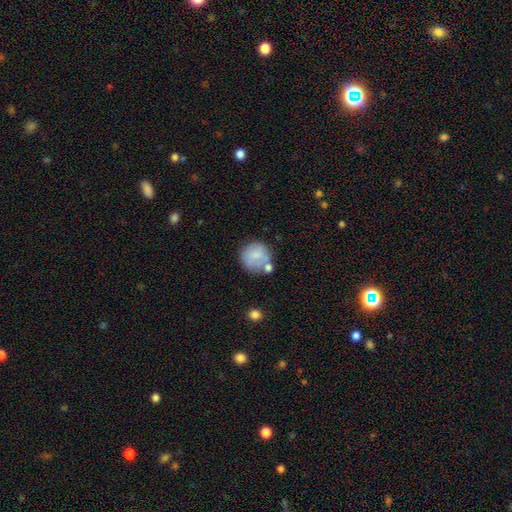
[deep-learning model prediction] A smooth galaxy with no disk features (77%) that is round (90%).

Vote fractions:
- Smooth or featured? smooth: 77% / featured or disk: 15% / star or artifact: 8%
- How rounded? round: 90% / in between: 9% / cigar-shaped: 1%
- Merging? none: 60% / minor disturbance: 18% / merger: 16% / major disturbance: 6%